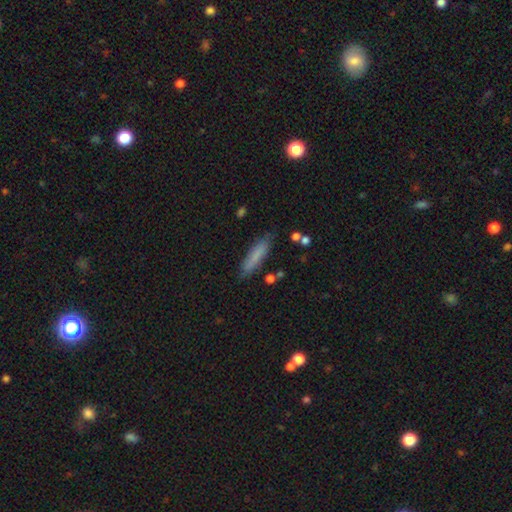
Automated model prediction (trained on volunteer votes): smooth 75%, featured or disk 17%, star or artifact 8%. Down the decision tree: how rounded — cigar-shaped (79%); merging — none (81%).